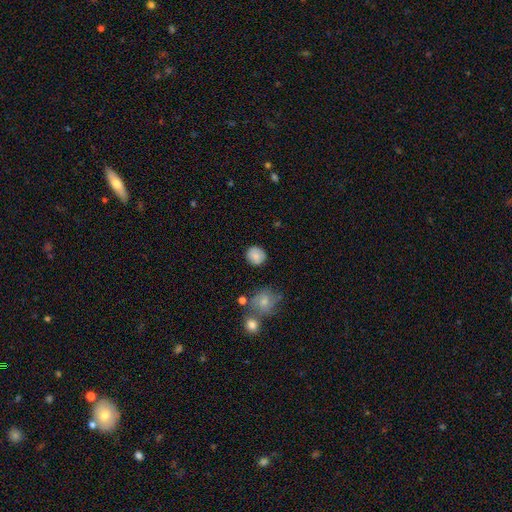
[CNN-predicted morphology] A smooth galaxy with no disk features (82%) that is round (88%).

Vote fractions:
- Smooth or featured? smooth: 82% / featured or disk: 10% / star or artifact: 8%
- How rounded? round: 88% / in between: 11% / cigar-shaped: 1%
- Merging? none: 84% / minor disturbance: 11% / major disturbance: 3% / merger: 3%